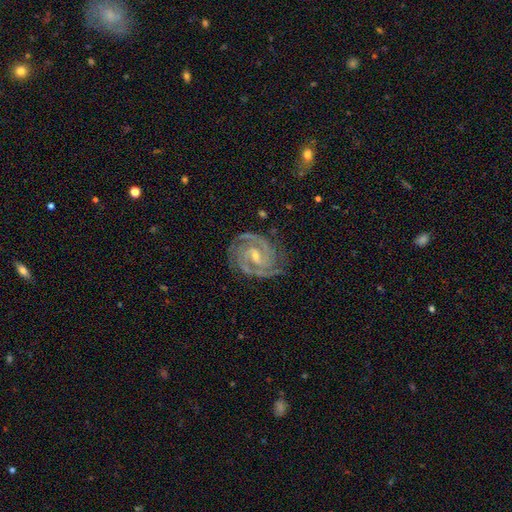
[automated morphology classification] smooth_or_featured: featured or disk (p=0.92) [alt: star or artifact p=0.05]
disk_edge_on: no (p=0.98) [alt: yes p=0.02]
bar: weak (p=0.49) [alt: no p=0.28]
has_spiral_arms: yes (p=0.99) [alt: no p=0.01]
spiral_winding: tight (p=0.68) [alt: medium p=0.29]
spiral_arm_count: 2 (p=0.65) [alt: 3 p=0.21]
bulge_size: small (p=0.57) [alt: moderate p=0.39]
merging: none (p=0.80) [alt: minor disturbance p=0.15]